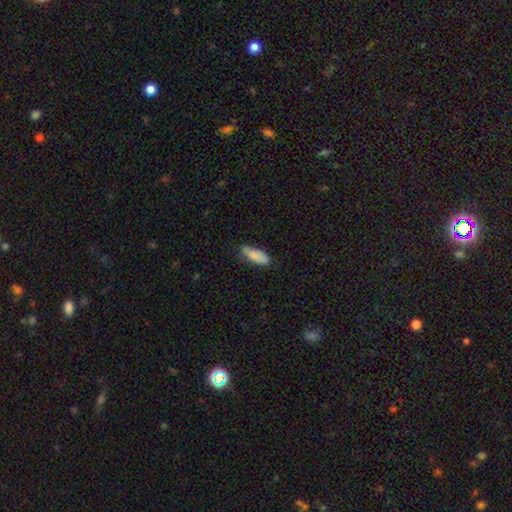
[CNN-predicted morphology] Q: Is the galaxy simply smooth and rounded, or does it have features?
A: smooth — 85%.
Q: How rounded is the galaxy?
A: in between — 67%.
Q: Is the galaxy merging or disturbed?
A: none — 63%.